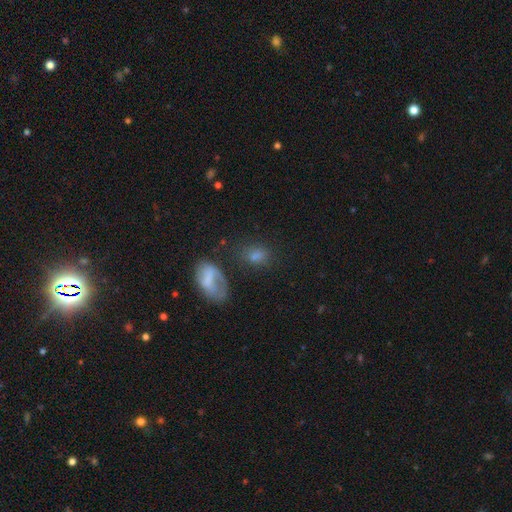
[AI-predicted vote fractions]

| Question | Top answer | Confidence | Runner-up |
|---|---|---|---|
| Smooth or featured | smooth | 64% | star or artifact (20%) |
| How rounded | in between | 69% | round (27%) |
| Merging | none | 61% | minor disturbance (20%) |